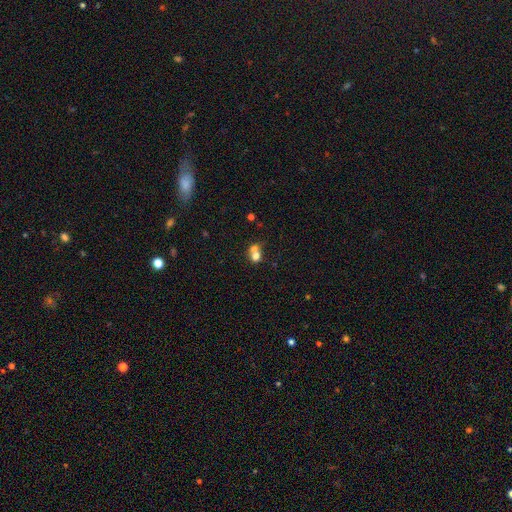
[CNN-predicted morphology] A smooth galaxy with no disk features (70%) that is round (71%). Merging: merger (63%).